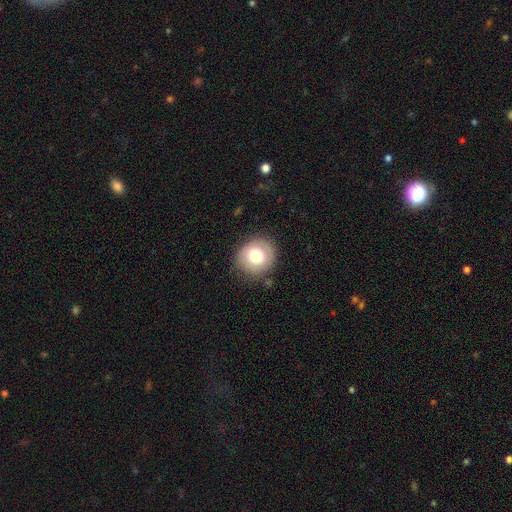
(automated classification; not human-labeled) smooth_or_featured: smooth (p=0.73) [alt: featured or disk p=0.17]
how_rounded: round (p=0.86) [alt: in between p=0.13]
merging: none (p=0.83) [alt: minor disturbance p=0.12]